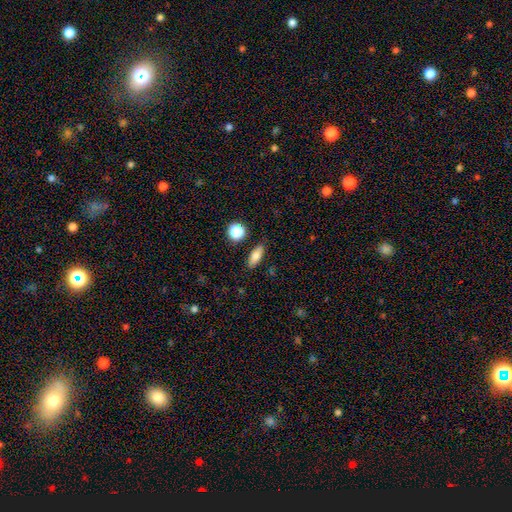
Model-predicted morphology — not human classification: This appears to be a smooth galaxy with no disk features (79%) that is in between round and cigar-shaped (72%). Merging: none (85%).